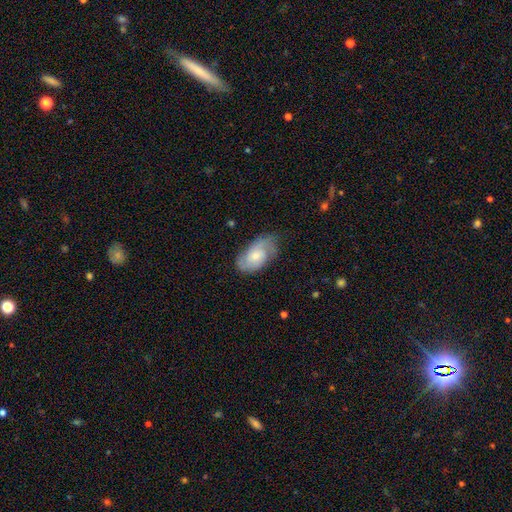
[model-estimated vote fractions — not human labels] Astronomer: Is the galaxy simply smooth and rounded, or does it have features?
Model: featured or disk — 56% (runner-up: smooth, 37%).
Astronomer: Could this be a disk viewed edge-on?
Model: no — 95%.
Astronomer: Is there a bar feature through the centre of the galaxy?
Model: no — 66%.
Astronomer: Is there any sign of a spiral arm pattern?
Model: yes — 89%.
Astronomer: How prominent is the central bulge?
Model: moderate — 49% (runner-up: small, 34%).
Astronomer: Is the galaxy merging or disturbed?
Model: none — 64%.